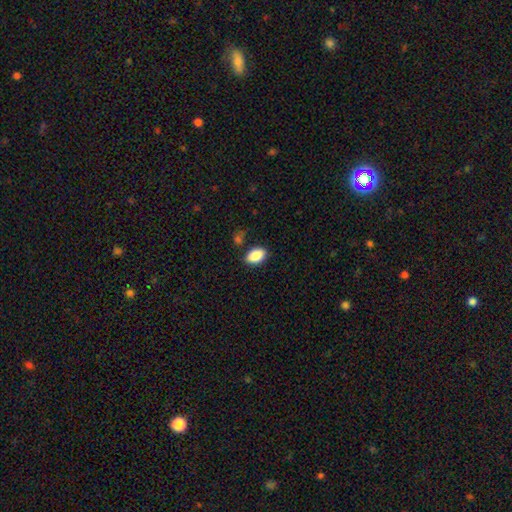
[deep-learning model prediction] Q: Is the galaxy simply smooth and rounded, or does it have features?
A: smooth — 87%.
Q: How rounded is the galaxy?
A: in between — 90%.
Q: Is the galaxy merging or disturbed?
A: none — 81%.